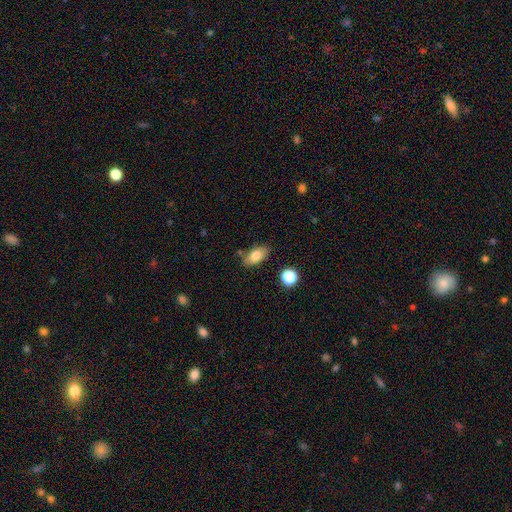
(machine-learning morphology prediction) Smooth or featured? smooth (79%)
How rounded? in between (88%)
Merging? none (78%)